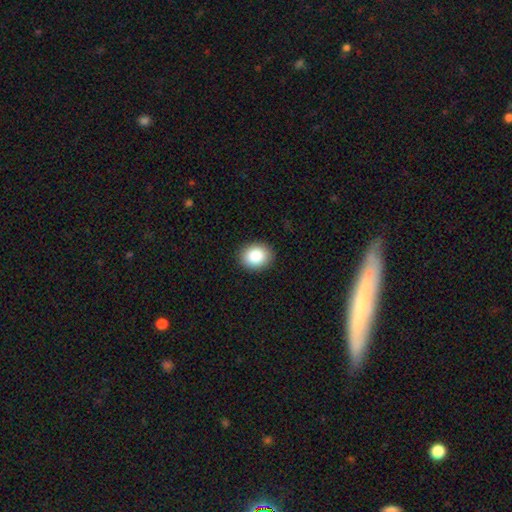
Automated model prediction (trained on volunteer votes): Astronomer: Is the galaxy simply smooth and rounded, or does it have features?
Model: smooth — 87%.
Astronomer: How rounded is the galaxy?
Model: round — 56% (runner-up: in between, 43%).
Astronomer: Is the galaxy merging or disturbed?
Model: none — 90%.